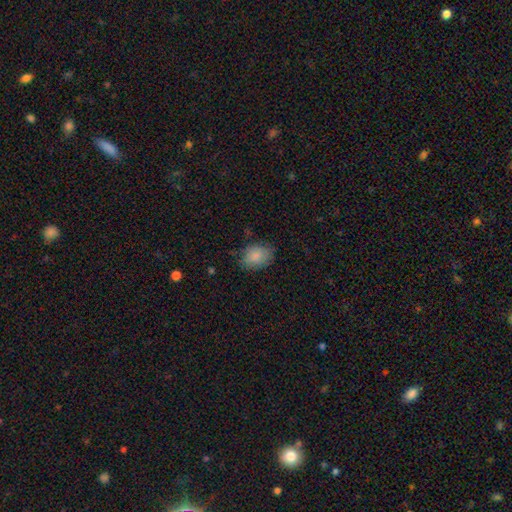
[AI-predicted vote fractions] A smooth galaxy with no disk features (85%) that is in between round and cigar-shaped (71%).

Vote fractions:
- Smooth or featured? smooth: 85% / featured or disk: 8% / star or artifact: 7%
- How rounded? in between: 71% / round: 28% / cigar-shaped: 1%
- Merging? none: 73% / minor disturbance: 20% / major disturbance: 5% / merger: 1%